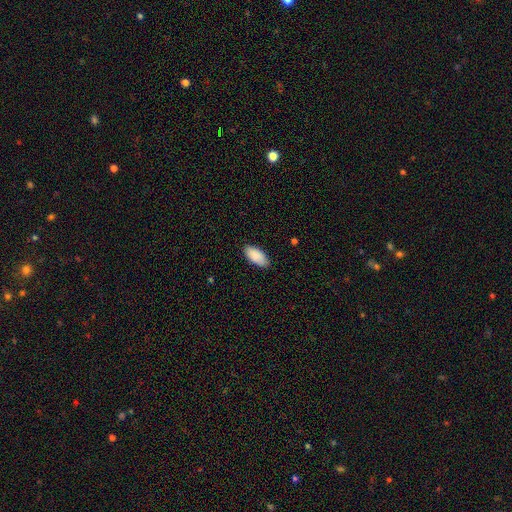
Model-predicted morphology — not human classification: A smooth galaxy with no disk features (89%) that is in between round and cigar-shaped (93%).

Vote fractions:
- Smooth or featured? smooth: 89% / star or artifact: 6% / featured or disk: 5%
- How rounded? in between: 93% / cigar-shaped: 6% / round: 2%
- Merging? none: 86% / minor disturbance: 11% / major disturbance: 2% / merger: 1%